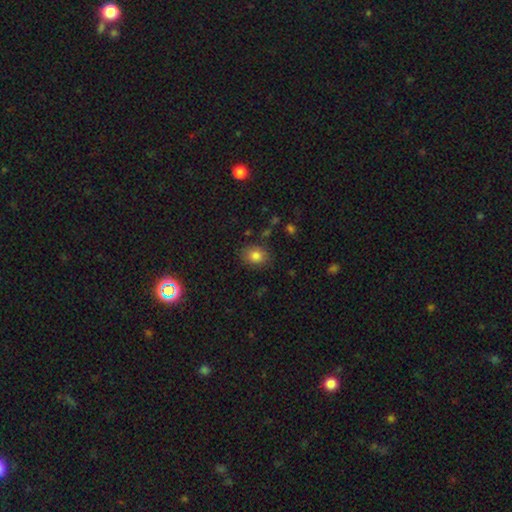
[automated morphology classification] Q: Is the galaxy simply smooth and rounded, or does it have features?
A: smooth — 82%.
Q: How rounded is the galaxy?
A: in between — 51%.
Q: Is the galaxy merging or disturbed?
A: none — 83%.